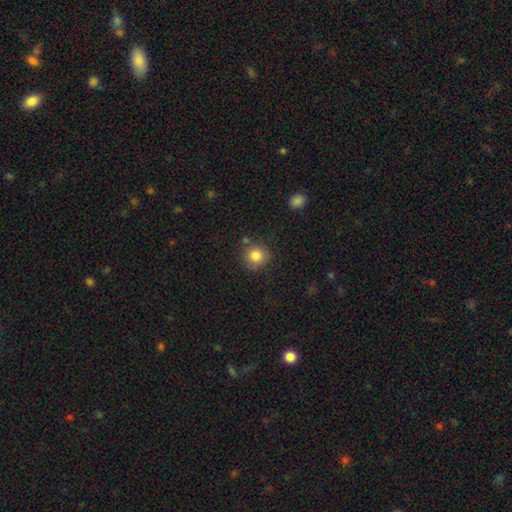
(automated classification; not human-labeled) A smooth galaxy with no disk features (84%) that is round (90%).

Vote fractions:
- Smooth or featured? smooth: 84% / star or artifact: 10% / featured or disk: 6%
- How rounded? round: 90% / in between: 9% / cigar-shaped: 1%
- Merging? none: 80% / minor disturbance: 12% / merger: 6% / major disturbance: 3%